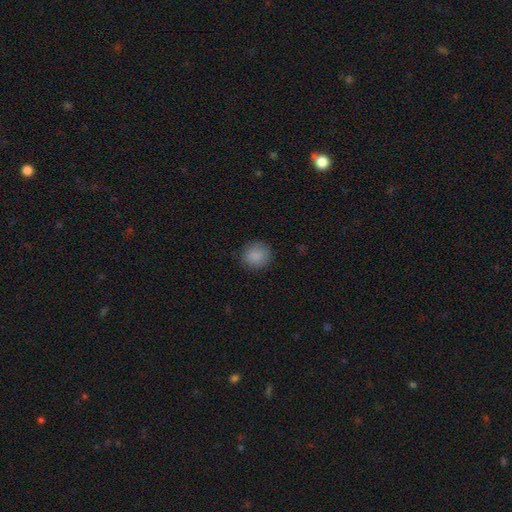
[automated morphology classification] Smooth or featured: smooth — 88% (star or artifact — 8%)
How rounded: round — 89% (in between — 10%)
Merging: none — 87% (minor disturbance — 9%)